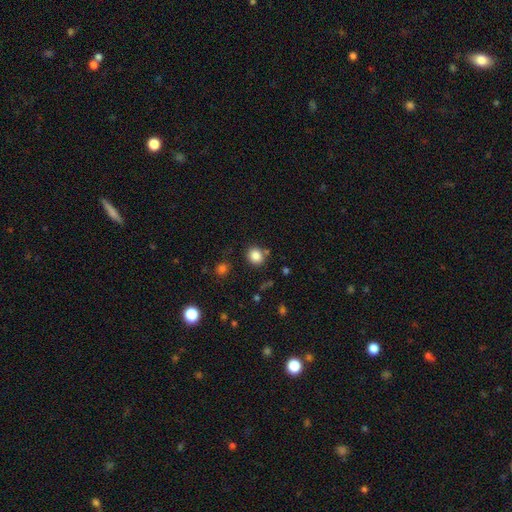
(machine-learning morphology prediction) smooth 84%, star or artifact 11%, featured or disk 5%. Down the decision tree: how rounded — round (77%); merging — none (80%).